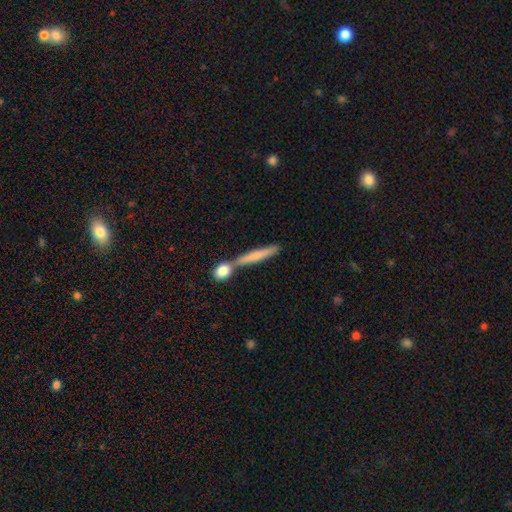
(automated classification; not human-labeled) Morphology: type=smooth (67%); roundness=cigar-shaped (87%); merging=none (57%).